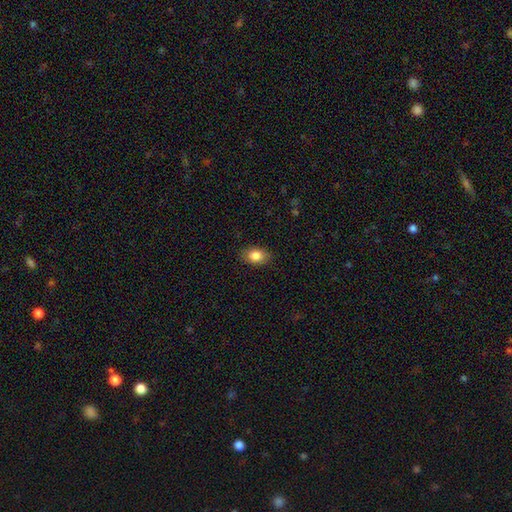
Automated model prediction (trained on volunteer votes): smooth-or-featured: smooth: 85% | star or artifact: 8% | featured or disk: 7%
  how-rounded: in between: 79% | round: 19% | cigar-shaped: 1%
  merging: none: 86% | minor disturbance: 11% | major disturbance: 3% | merger: 1%